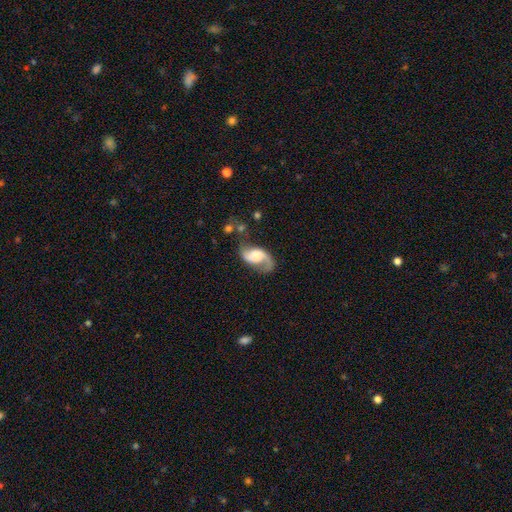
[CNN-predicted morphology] Smooth or featured? Predicted: featured or disk (p=0.80). Edge-on disk? Predicted: no (p=0.97). Bar? Predicted: no (p=0.53). Spiral arms? Predicted: yes (p=0.95). Spiral winding? Predicted: loose (p=0.57). Spiral arm count? Predicted: 2 (p=0.83). Bulge size? Predicted: large (p=0.34). Merging? Predicted: none (p=0.55).